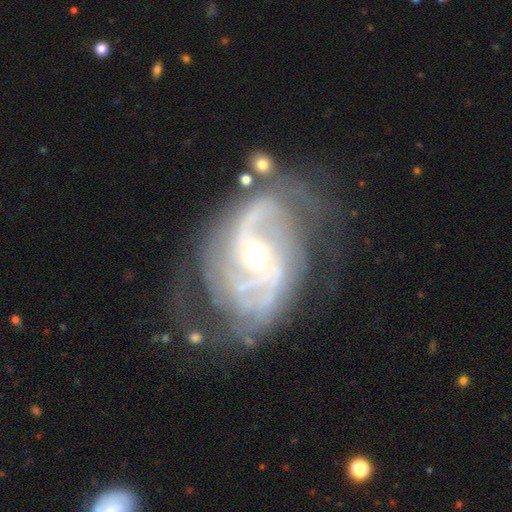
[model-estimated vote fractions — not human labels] Smooth or featured: featured or disk — 91% (star or artifact — 5%)
Edge-on disk: no — 97% (yes — 3%)
Bar: no — 53% (weak — 34%)
Spiral arms: yes — 97% (no — 3%)
Spiral winding: medium — 43% (tight — 41%)
Spiral arm count: 2 — 52% (can't tell — 18%)
Bulge size: moderate — 50% (small — 45%)
Merging: none — 58% (minor disturbance — 23%)